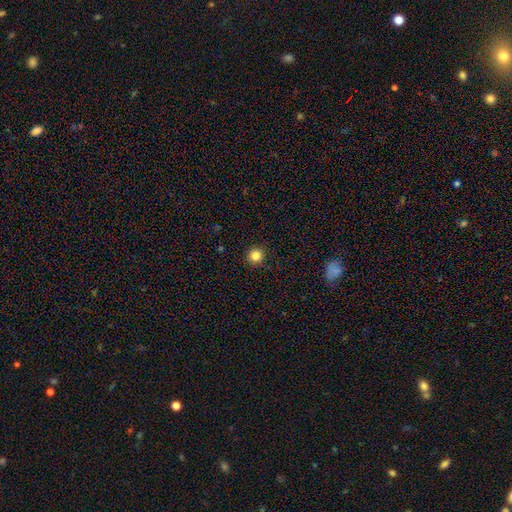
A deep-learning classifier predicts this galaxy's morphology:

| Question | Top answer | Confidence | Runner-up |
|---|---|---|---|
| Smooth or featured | smooth | 84% | star or artifact (12%) |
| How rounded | round | 94% | in between (5%) |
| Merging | none | 92% | minor disturbance (5%) |